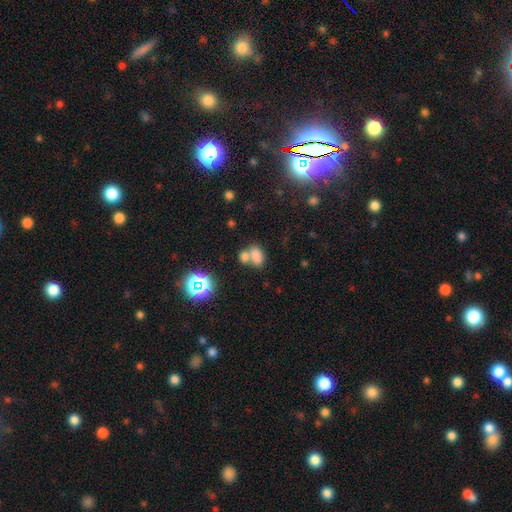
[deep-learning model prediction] Smooth or featured?
  - smooth: 75% *
  - star or artifact: 16%
  - featured or disk: 10%
How rounded?
  - in between: 82% *
  - round: 16%
  - cigar-shaped: 2%
Merging?
  - merger: 53% *
  - none: 33%
  - minor disturbance: 9%
  - major disturbance: 5%